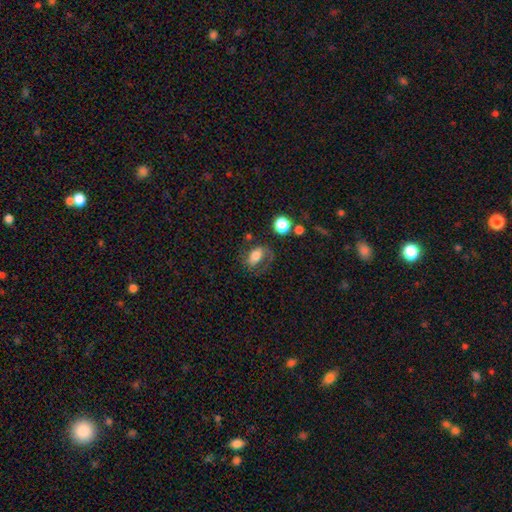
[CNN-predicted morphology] The model was most divided on "smooth or featured": smooth: 53%, featured or disk: 37%, star or artifact: 10%. Remaining: how rounded — in between (78%); merging — none (45%).